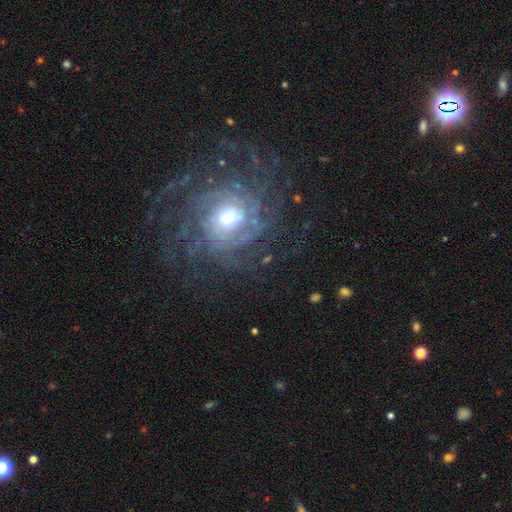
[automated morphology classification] Smooth or featured: featured or disk — 82% (star or artifact — 11%)
Edge-on disk: no — 97% (yes — 3%)
Bar: no — 56% (weak — 31%)
Spiral arms: yes — 95% (no — 5%)
Spiral winding: tight — 72% (medium — 23%)
Spiral arm count: can't tell — 30% (more than 4 — 19%)
Bulge size: moderate — 60% (small — 28%)
Merging: none — 79% (minor disturbance — 11%)